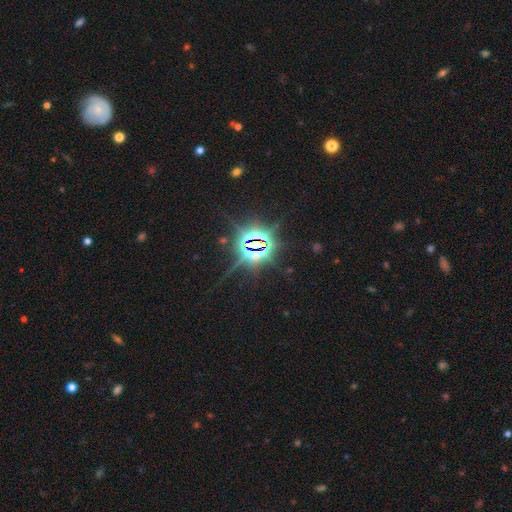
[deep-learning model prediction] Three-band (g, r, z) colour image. It shows a star or artifact, not a galaxy (84%).